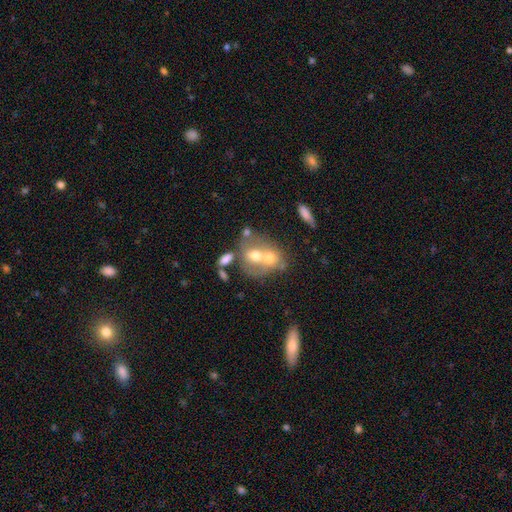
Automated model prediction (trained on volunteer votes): Morphology: type=smooth (55%); roundness=round (53%); merging=merger (67%).